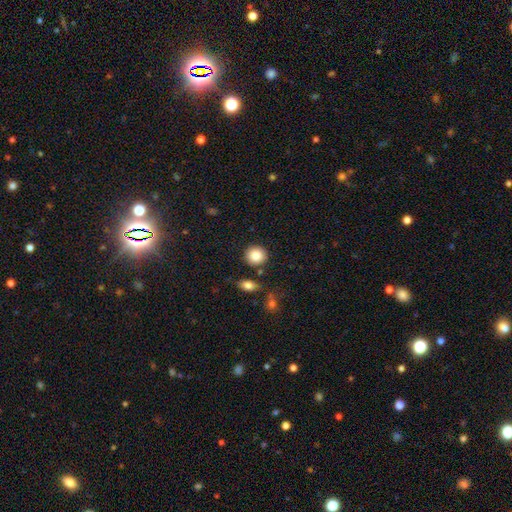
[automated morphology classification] This appears to be a smooth galaxy with no disk features (86%) that is round (88%). Merging: none (84%).